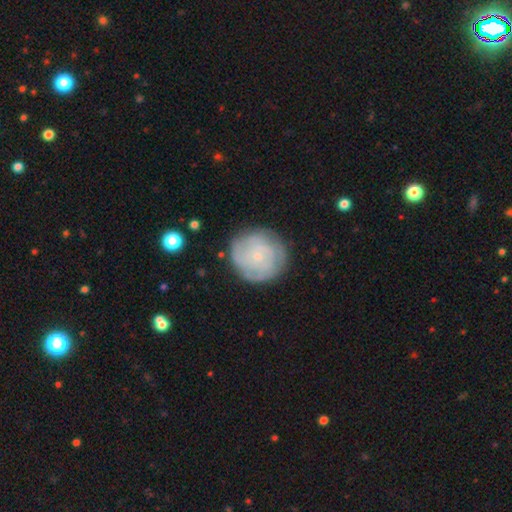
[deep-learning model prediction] smooth-or-featured: featured or disk: 60% | smooth: 33% | star or artifact: 7%
  disk-edge-on: no: 98% | yes: 2%
    bar: no: 81% | weak: 16% | strong: 3%
    has-spiral-arms: yes: 79% | no: 21%
    bulge-size: small: 81% | moderate: 12% | none: 5% | large: 1% | dominant: 1%
  merging: none: 78% | minor disturbance: 15% | major disturbance: 5% | merger: 2%